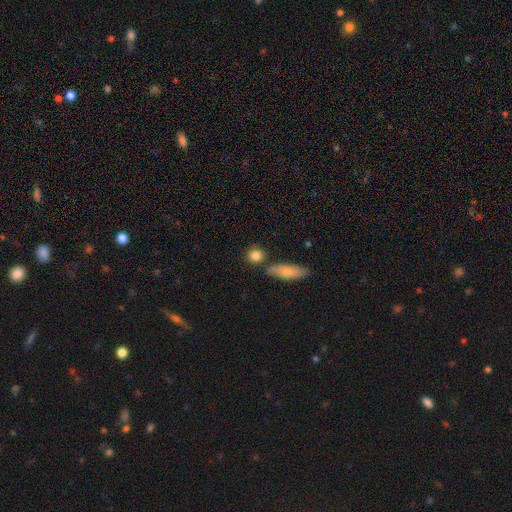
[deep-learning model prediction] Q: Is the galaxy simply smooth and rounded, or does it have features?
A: smooth — 85%.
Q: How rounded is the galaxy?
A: round — 78%.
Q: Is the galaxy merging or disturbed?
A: none — 74%.